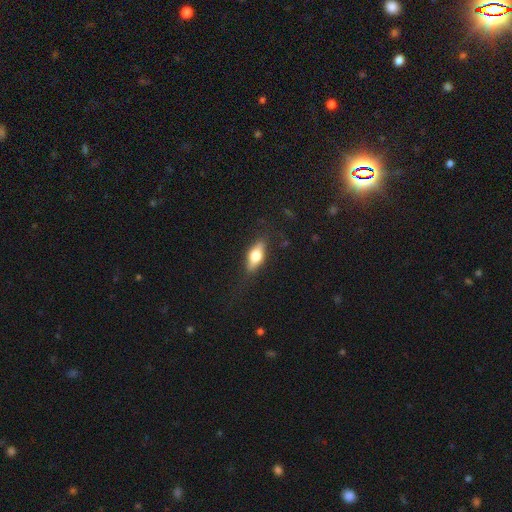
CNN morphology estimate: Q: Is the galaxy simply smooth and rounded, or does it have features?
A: smooth — 53%.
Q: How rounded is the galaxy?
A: in between — 69%.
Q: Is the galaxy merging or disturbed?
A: none — 82%.